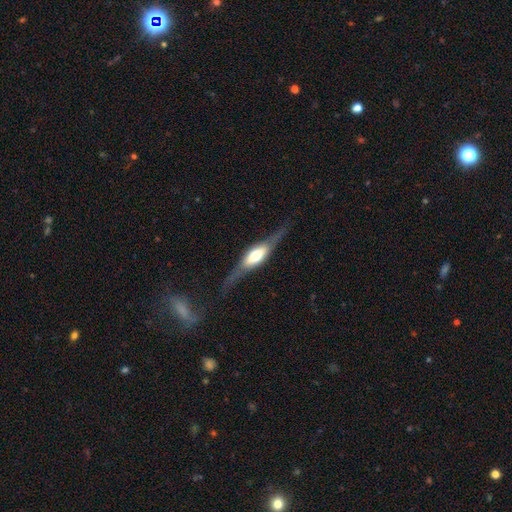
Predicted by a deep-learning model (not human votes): Morphology: type=featured or disk (72%); edge-on=yes (90%); edge-on bulge=rounded (80%); merging=none (74%).